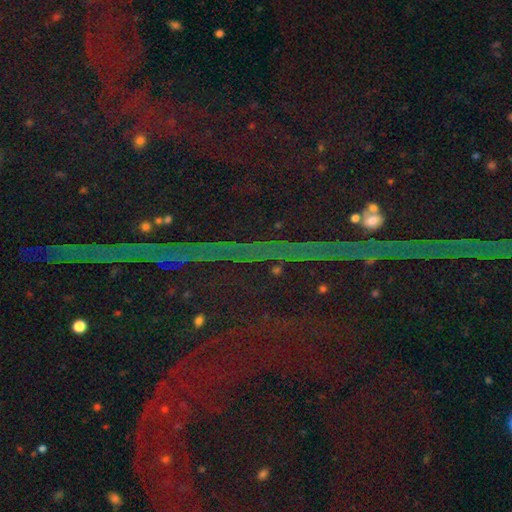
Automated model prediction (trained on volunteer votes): Smooth or featured? Predicted: star or artifact (p=0.85).